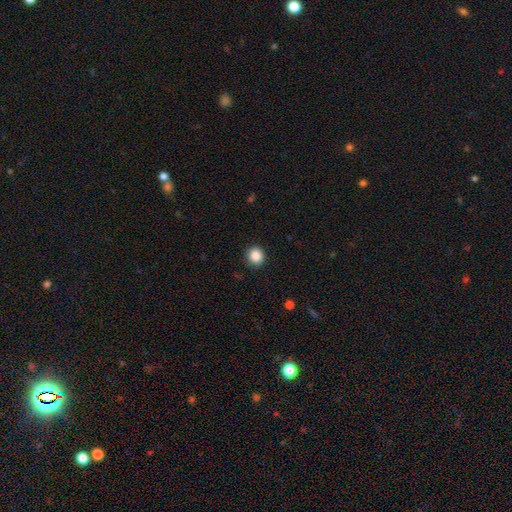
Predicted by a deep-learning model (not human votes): Smooth or featured: smooth — 87% (star or artifact — 10%)
How rounded: round — 88% (in between — 11%)
Merging: none — 89% (minor disturbance — 8%)